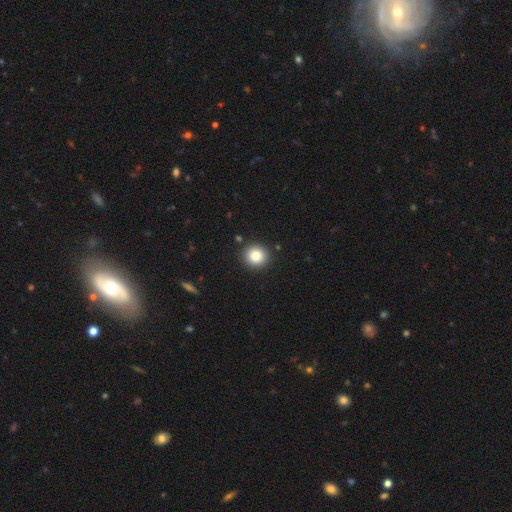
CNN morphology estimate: A smooth galaxy with no disk features (84%) that is round (90%).

Vote fractions:
- Smooth or featured? smooth: 84% / star or artifact: 10% / featured or disk: 6%
- How rounded? round: 90% / in between: 9% / cigar-shaped: 1%
- Merging? none: 90% / minor disturbance: 6% / major disturbance: 2% / merger: 2%